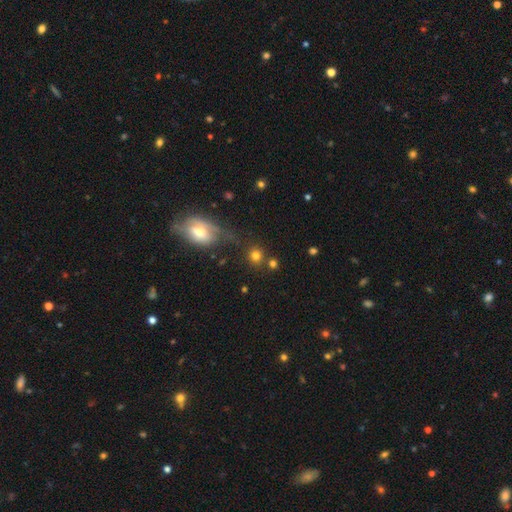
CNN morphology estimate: Smooth or featured? Predicted: smooth (p=0.79). How rounded? Predicted: round (p=0.87). Merging? Predicted: none (p=0.72).